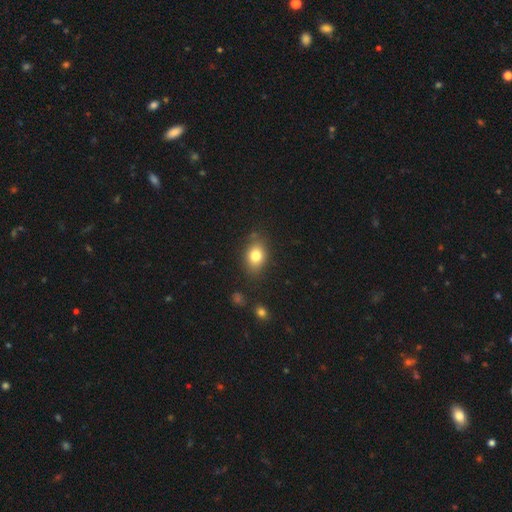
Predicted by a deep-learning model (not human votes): Overall: smooth (80%). How rounded: in between (70%). Merging: none (81%).